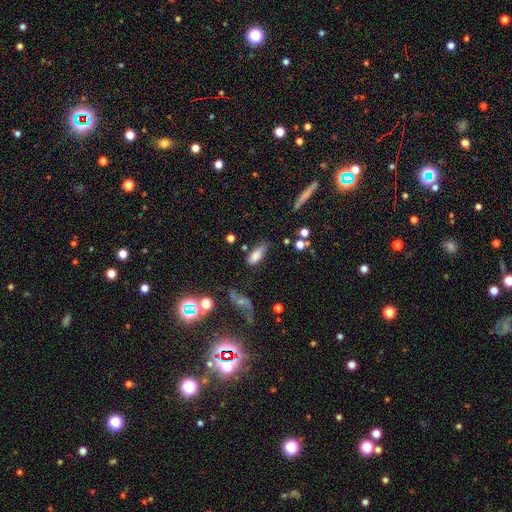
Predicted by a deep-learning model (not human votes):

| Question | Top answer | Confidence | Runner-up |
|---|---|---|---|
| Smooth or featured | smooth | 73% | featured or disk (18%) |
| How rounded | in between | 79% | cigar-shaped (18%) |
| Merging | none | 45% | minor disturbance (34%) |